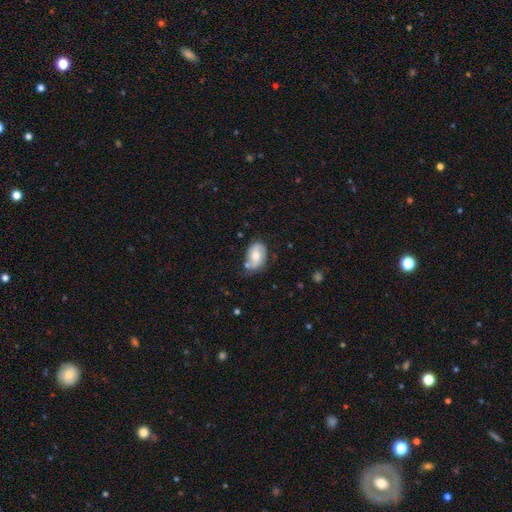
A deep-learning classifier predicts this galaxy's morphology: This is possibly a smooth galaxy (55%). How rounded: clearly in between (84%). Merging: possibly none (58%).